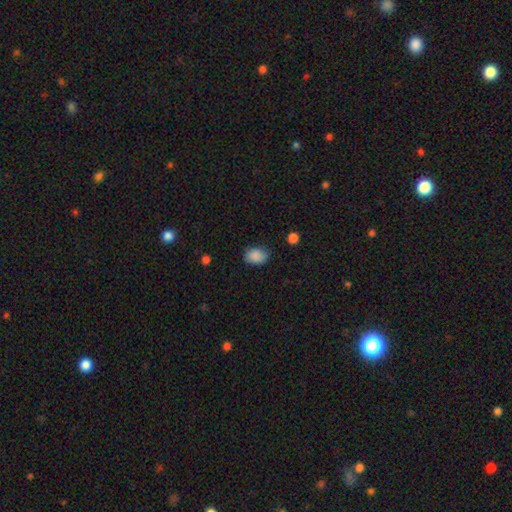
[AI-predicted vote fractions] Overall: smooth (88%). How rounded: in between (76%). Merging: none (78%).